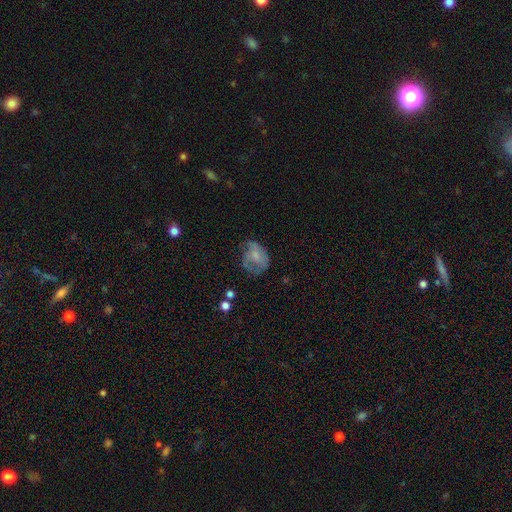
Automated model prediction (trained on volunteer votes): smooth_or_featured: featured or disk (p=0.47) [alt: smooth p=0.44]
merging: none (p=0.41) [alt: major disturbance p=0.28]